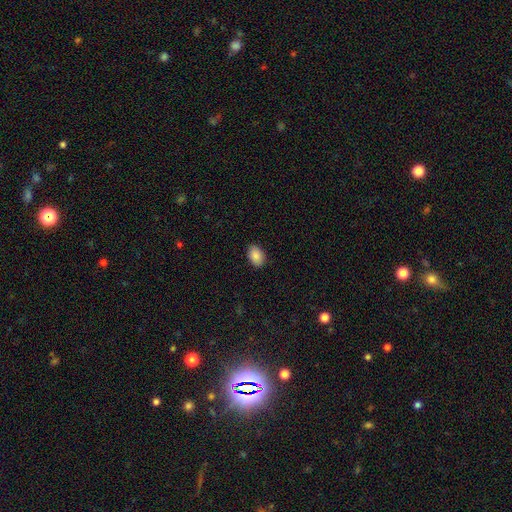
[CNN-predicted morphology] smooth 88%, star or artifact 7%, featured or disk 4%. Down the decision tree: how rounded — in between (84%); merging — none (89%).